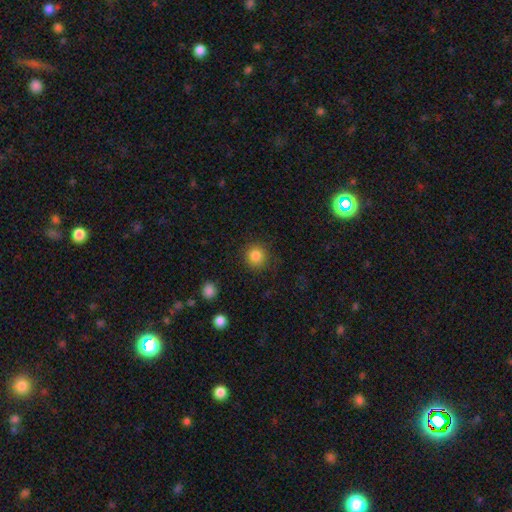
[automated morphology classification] smooth 85%, star or artifact 11%, featured or disk 5%. Down the decision tree: how rounded — round (93%); merging — none (88%).